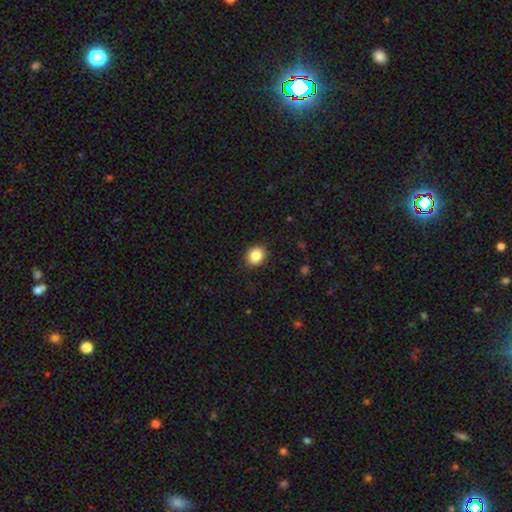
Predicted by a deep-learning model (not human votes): This appears to be a smooth galaxy with no disk features (86%) that is round (68%). Merging: none (88%).